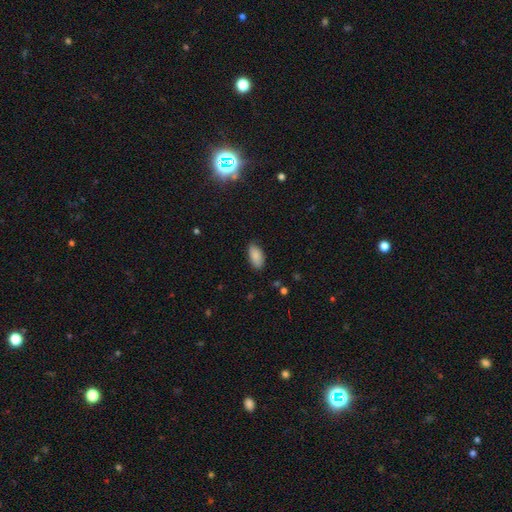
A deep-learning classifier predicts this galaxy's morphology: type=smooth (87%); roundness=in between (93%); merging=none (83%).